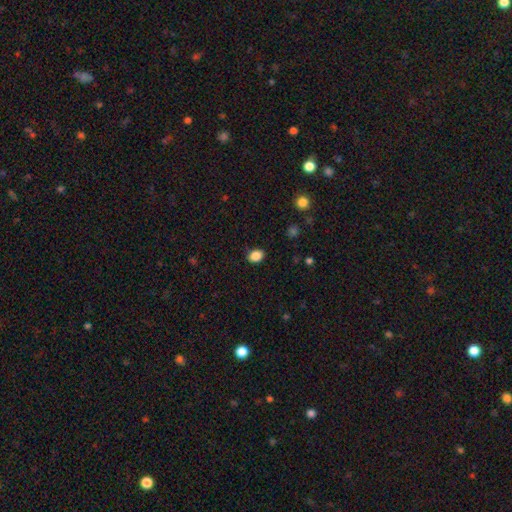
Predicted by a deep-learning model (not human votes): Morphology: type=smooth (87%); roundness=in between (64%); merging=none (86%).